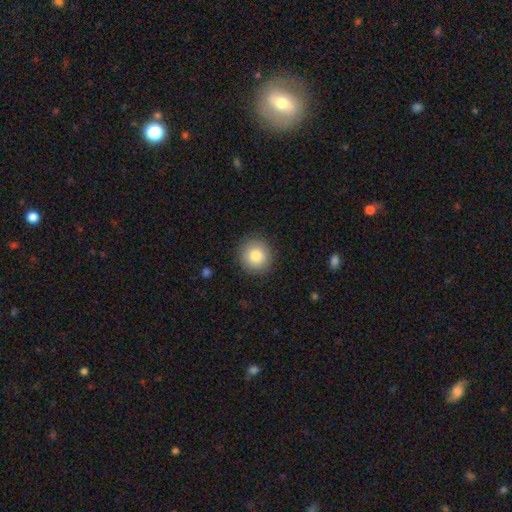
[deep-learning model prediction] smooth 83%, star or artifact 9%, featured or disk 8%. Down the decision tree: how rounded — round (92%); merging — none (89%).